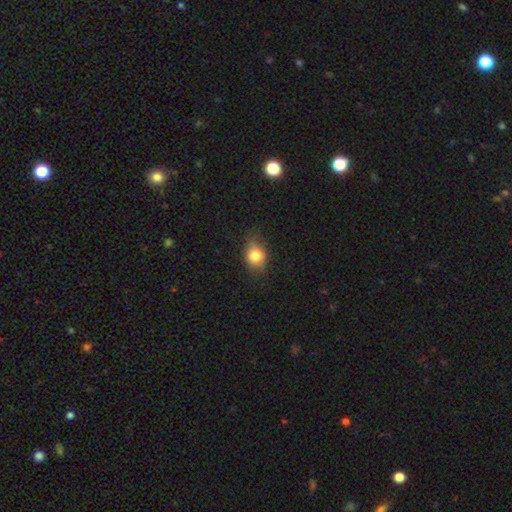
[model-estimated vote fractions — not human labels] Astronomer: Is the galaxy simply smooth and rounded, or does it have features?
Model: smooth — 79%.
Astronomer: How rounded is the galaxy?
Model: in between — 60% (runner-up: round, 38%).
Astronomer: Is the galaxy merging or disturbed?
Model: none — 72%.